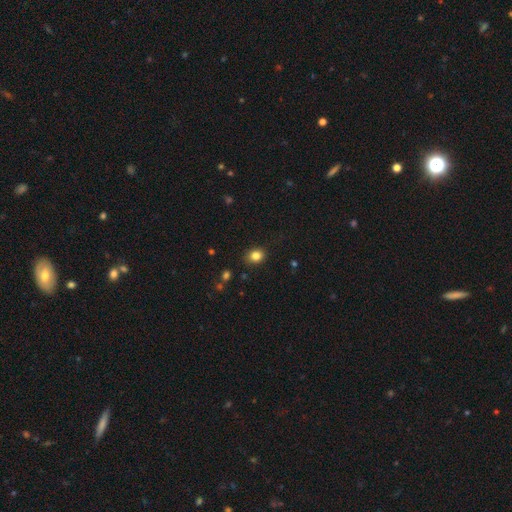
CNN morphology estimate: smooth-or-featured: smooth: 83% | star or artifact: 11% | featured or disk: 6%
  how-rounded: round: 57% | in between: 42% | cigar-shaped: 1%
  merging: none: 87% | minor disturbance: 9% | major disturbance: 2% | merger: 1%